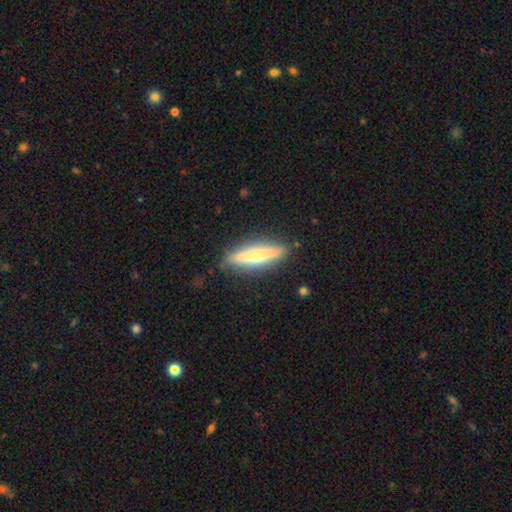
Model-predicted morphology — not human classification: type=featured or disk (49%); merging=none (86%).